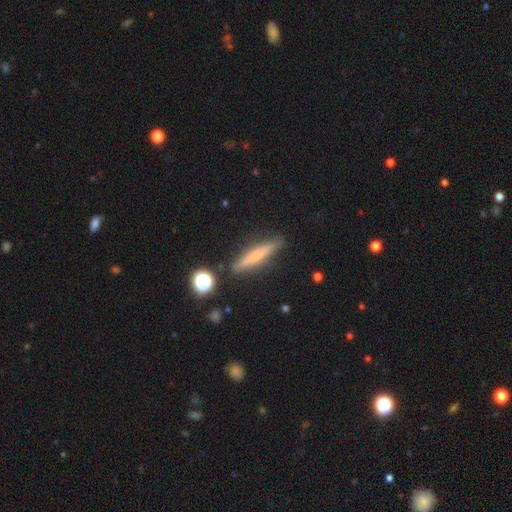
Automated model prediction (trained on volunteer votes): Q: Smooth or featured?
A: smooth (52%); runner-up: featured or disk (39%)
Q: How rounded?
A: cigar-shaped (89%); runner-up: in between (9%)
Q: Merging?
A: none (85%); runner-up: minor disturbance (10%)